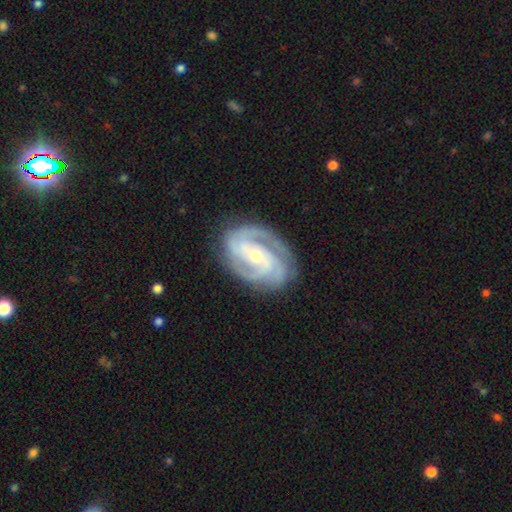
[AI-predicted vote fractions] This is clearly a featured or disk galaxy (92%). It is clearly not viewed edge-on (97%). Bar: marginally no (40%). Spiral arm pattern: clearly yes (98%). Spiral arm count: possibly 3 (54%). Spiral winding: possibly tight (56%). Central bulge: possibly moderate (54%). Merging: likely none (80%).